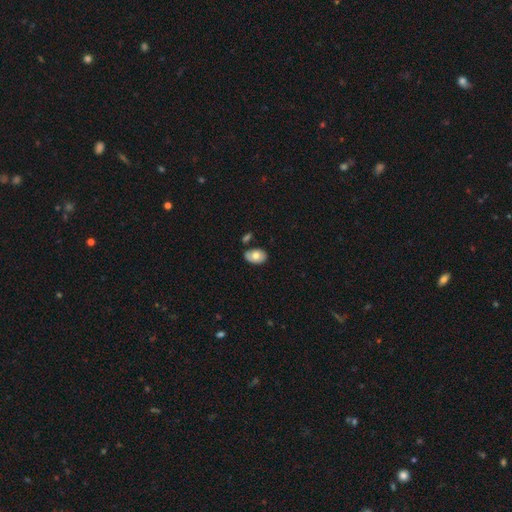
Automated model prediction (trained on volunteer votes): This is likely a smooth galaxy (72%). How rounded: clearly in between (88%). Merging: likely none (67%).